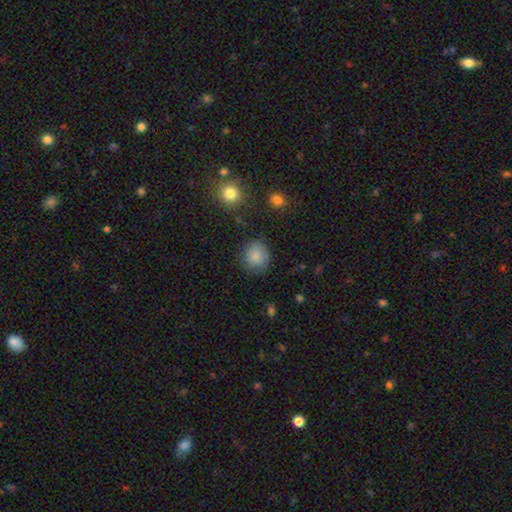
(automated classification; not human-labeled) smooth-or-featured: smooth: 84% | star or artifact: 10% | featured or disk: 7%
  how-rounded: round: 83% | in between: 16% | cigar-shaped: 1%
  merging: none: 81% | minor disturbance: 13% | major disturbance: 4% | merger: 2%